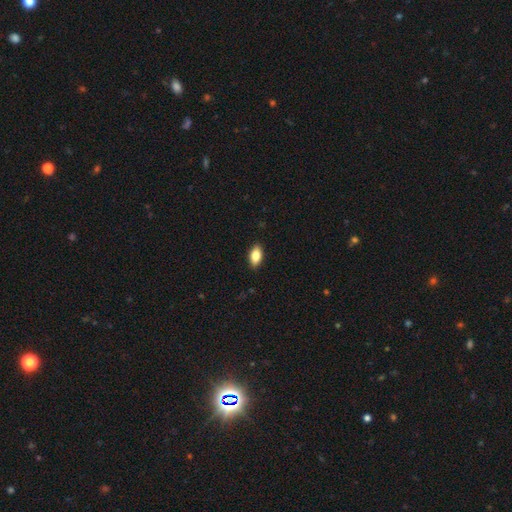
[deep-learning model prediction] A smooth galaxy with no disk features (82%) that is in between round and cigar-shaped (90%).

Vote fractions:
- Smooth or featured? smooth: 82% / featured or disk: 11% / star or artifact: 7%
- How rounded? in between: 90% / cigar-shaped: 6% / round: 4%
- Merging? none: 89% / minor disturbance: 8% / major disturbance: 2% / merger: 1%